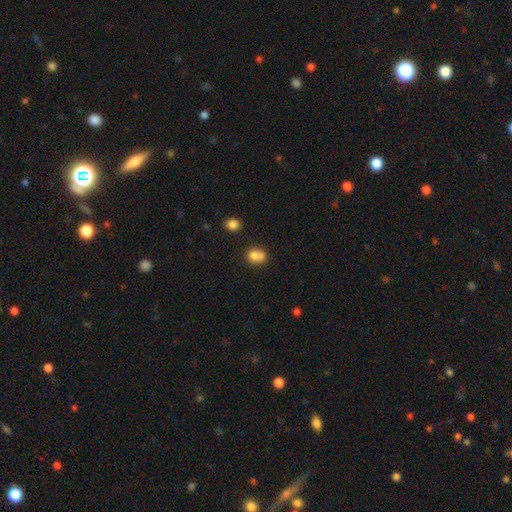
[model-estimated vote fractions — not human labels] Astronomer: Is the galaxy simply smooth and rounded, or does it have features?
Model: smooth — 75%.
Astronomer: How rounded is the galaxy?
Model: round — 61% (runner-up: in between, 38%).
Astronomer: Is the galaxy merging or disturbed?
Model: merger — 55% (runner-up: none, 31%).